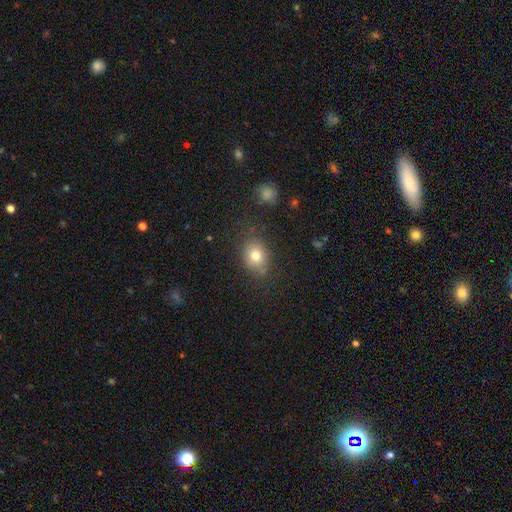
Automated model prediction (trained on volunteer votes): This is likely a smooth galaxy (75%). How rounded: possibly in between (53%). Merging: likely none (75%).